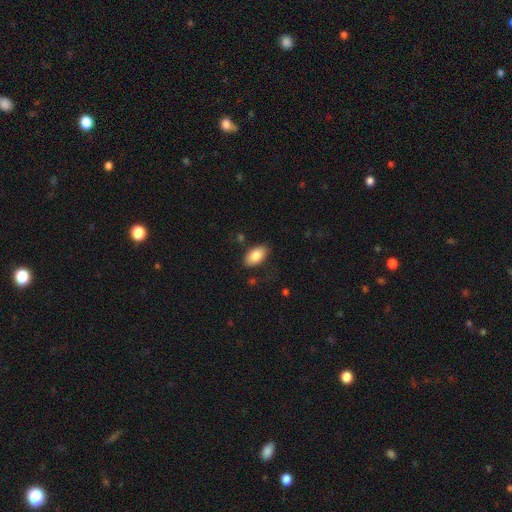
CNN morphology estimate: smooth 82%, featured or disk 11%, star or artifact 7%. Down the decision tree: how rounded — in between (94%); merging — none (82%).